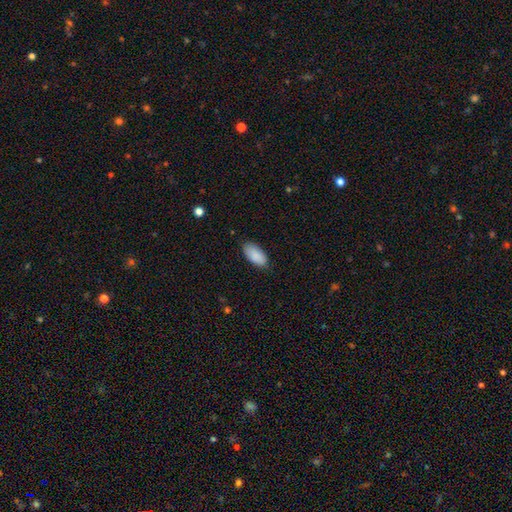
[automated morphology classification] A smooth galaxy with no disk features (89%) that is in between round and cigar-shaped (93%). Merging: none (81%).